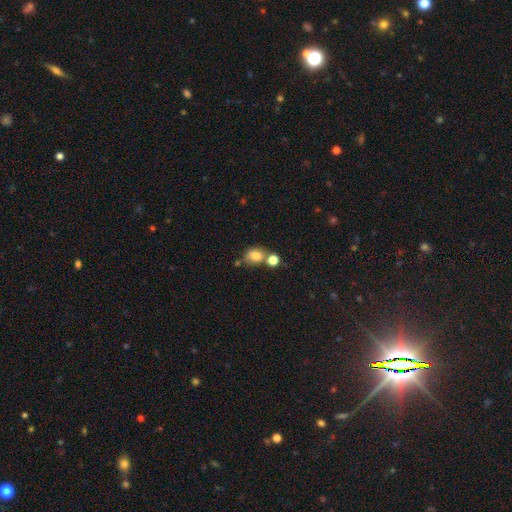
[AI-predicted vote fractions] This appears to be a smooth galaxy with no disk features (79%) that is in between round and cigar-shaped (50%). Merging: none (49%).